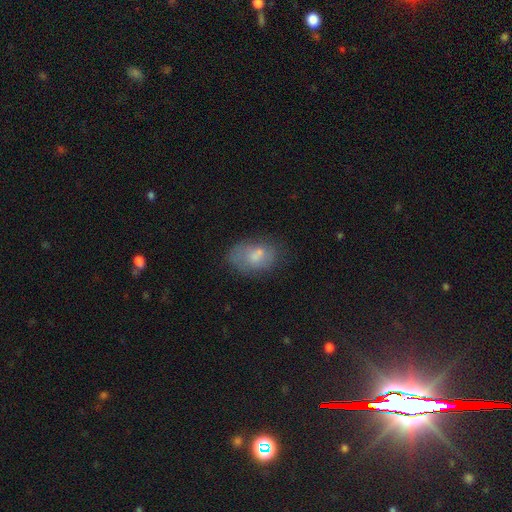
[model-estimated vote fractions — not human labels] A smooth galaxy with no disk features (62%) that is in between round and cigar-shaped (86%).

Vote fractions:
- Smooth or featured? smooth: 62% / featured or disk: 28% / star or artifact: 10%
- How rounded? in between: 86% / round: 12% / cigar-shaped: 2%
- Merging? none: 52% / minor disturbance: 23% / merger: 13% / major disturbance: 11%